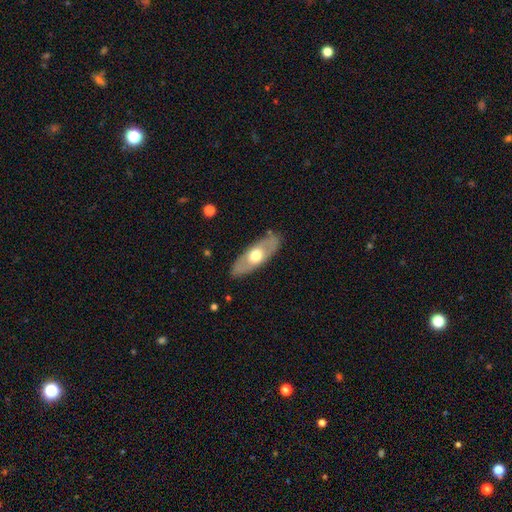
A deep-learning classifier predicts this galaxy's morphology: This appears to be a featured or disk galaxy (48%). Merging: none (86%).